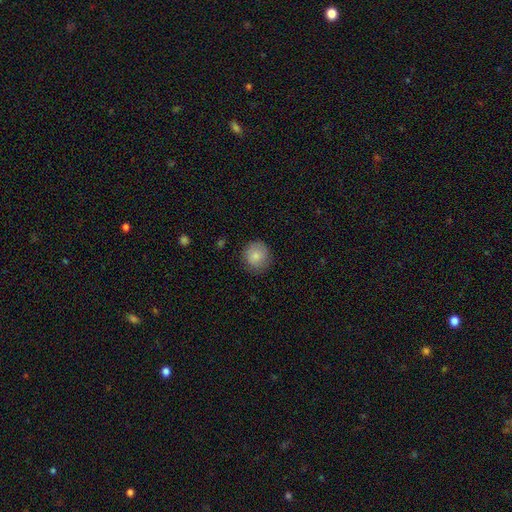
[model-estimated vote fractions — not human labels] A smooth galaxy with no disk features (84%) that is round (92%). Merging: none (84%).